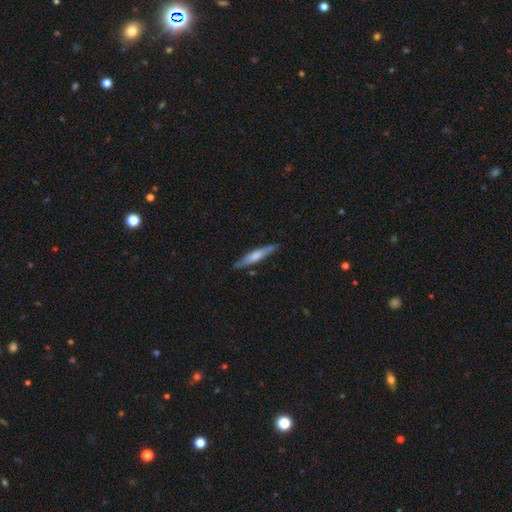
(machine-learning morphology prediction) Smooth or featured: smooth — 49% (featured or disk — 46%)
Merging: none — 86% (minor disturbance — 11%)